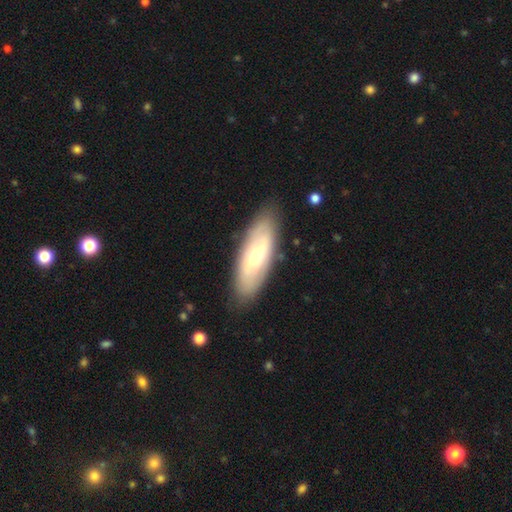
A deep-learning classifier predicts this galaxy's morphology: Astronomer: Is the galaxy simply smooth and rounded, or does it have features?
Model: featured or disk — 50% (runner-up: smooth, 45%).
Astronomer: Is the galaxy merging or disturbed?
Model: none — 86%.